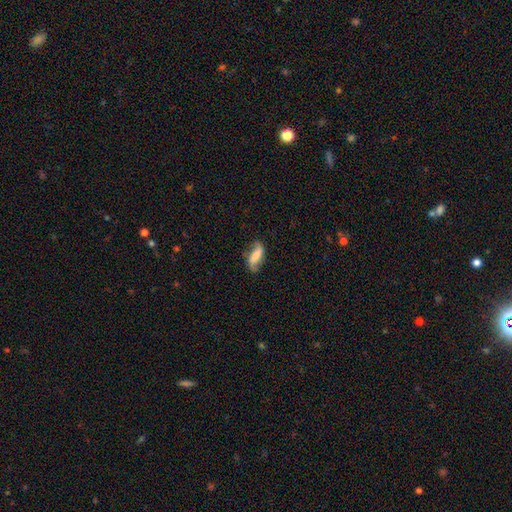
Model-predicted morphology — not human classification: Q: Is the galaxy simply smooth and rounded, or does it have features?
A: featured or disk — 54%.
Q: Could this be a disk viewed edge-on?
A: no — 92%.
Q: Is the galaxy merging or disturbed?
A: none — 68%.